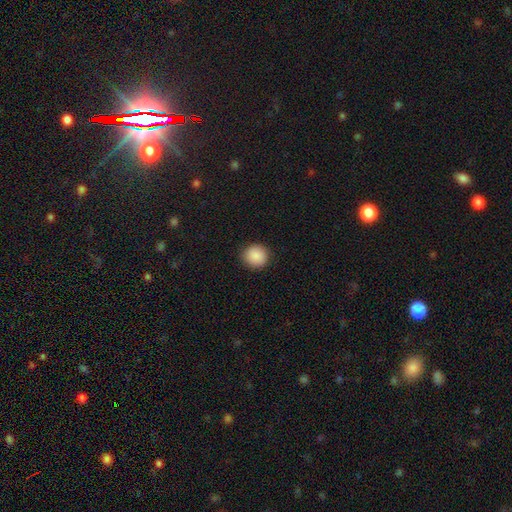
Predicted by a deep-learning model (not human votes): Smooth or featured? smooth (89%)
How rounded? round (90%)
Merging? none (90%)